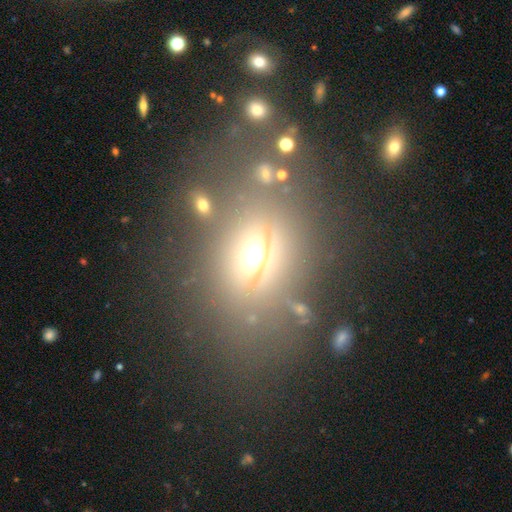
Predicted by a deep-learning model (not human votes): A smooth galaxy with no disk features (40%). Merging: none (69%).